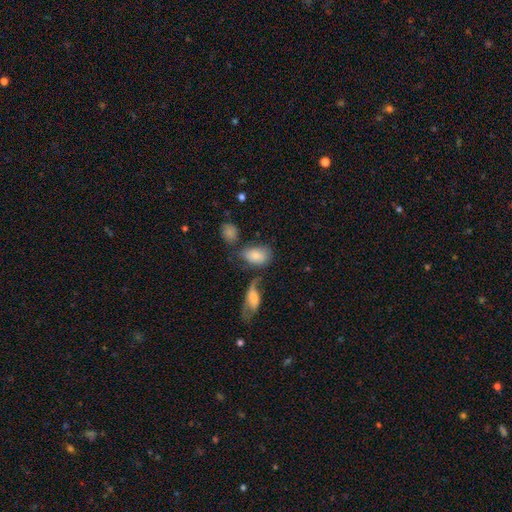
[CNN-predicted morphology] The model was most divided on "merging": none: 44%, merger: 22%, minor disturbance: 21%, major disturbance: 13%. More confident: how rounded — in between (88%); smooth or featured — smooth (79%).